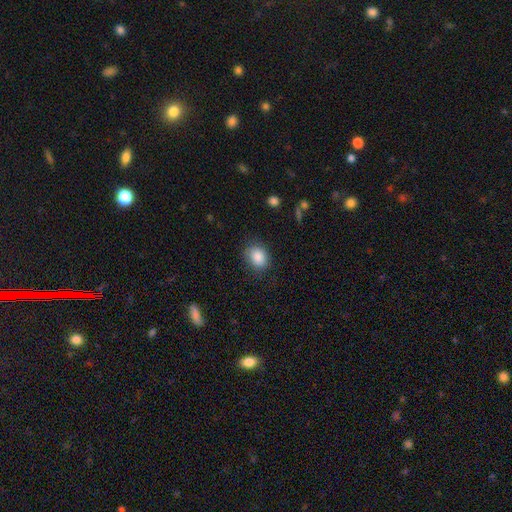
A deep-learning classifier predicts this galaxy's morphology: smooth-or-featured: smooth: 86% | star or artifact: 9% | featured or disk: 5%
  how-rounded: in between: 51% | round: 47% | cigar-shaped: 1%
  merging: none: 81% | minor disturbance: 14% | major disturbance: 4% | merger: 1%